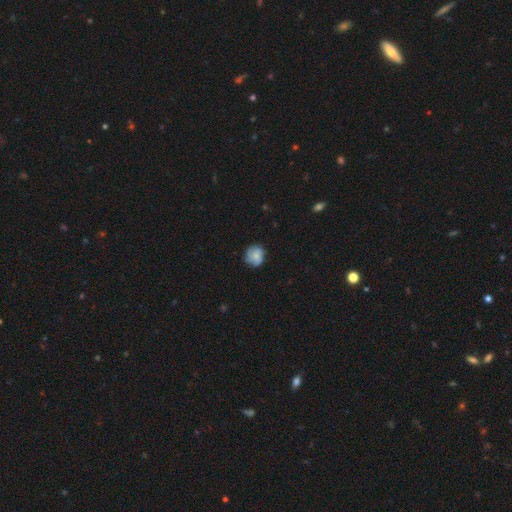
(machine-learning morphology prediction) Smooth or featured?
  - smooth: 66% *
  - featured or disk: 25%
  - star or artifact: 8%
How rounded?
  - round: 79% *
  - in between: 20%
  - cigar-shaped: 1%
Merging?
  - none: 68% *
  - minor disturbance: 24%
  - major disturbance: 7%
  - merger: 2%